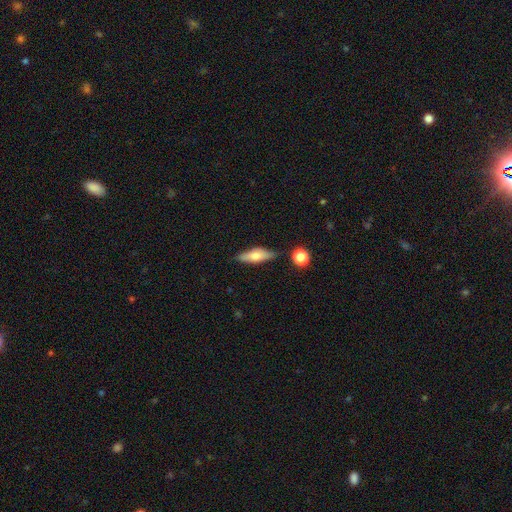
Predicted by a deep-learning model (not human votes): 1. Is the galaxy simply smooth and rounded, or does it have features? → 61% smooth, 32% featured or disk, 7% star or artifact.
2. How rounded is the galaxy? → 54% in between, 43% cigar-shaped, 3% round.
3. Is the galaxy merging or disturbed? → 78% none, 15% minor disturbance, 4% merger, 3% major disturbance.